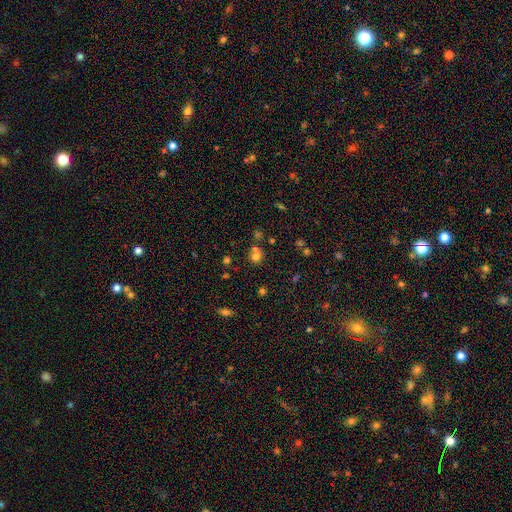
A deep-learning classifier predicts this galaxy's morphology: A smooth galaxy with no disk features (69%) that is round (83%). Merging: none (53%).